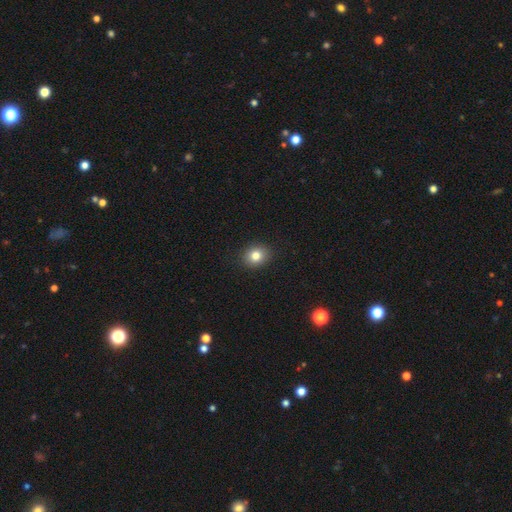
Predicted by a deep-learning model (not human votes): Smooth or featured? smooth (81%)
How rounded? round (68%)
Merging? none (91%)